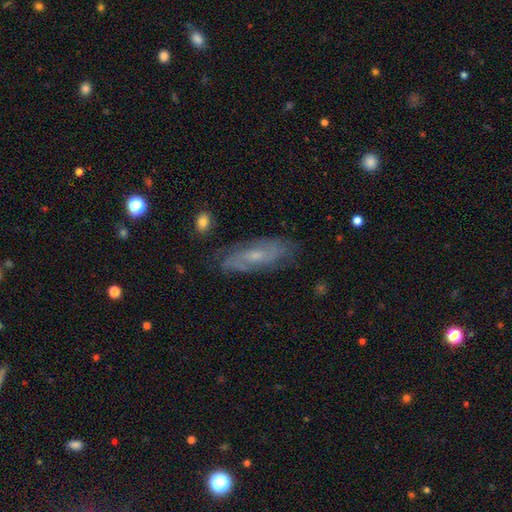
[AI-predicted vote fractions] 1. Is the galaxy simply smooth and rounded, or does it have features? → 61% featured or disk, 30% smooth, 9% star or artifact.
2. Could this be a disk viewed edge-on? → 76% no, 24% yes.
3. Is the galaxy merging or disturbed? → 80% none, 15% minor disturbance, 4% major disturbance, 2% merger.